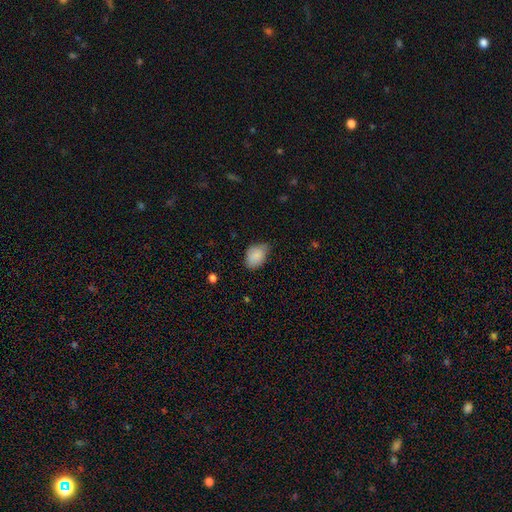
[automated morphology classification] smooth_or_featured: smooth (p=0.86) [alt: star or artifact p=0.07]
how_rounded: in between (p=0.77) [alt: round p=0.22]
merging: none (p=0.54) [alt: minor disturbance p=0.38]